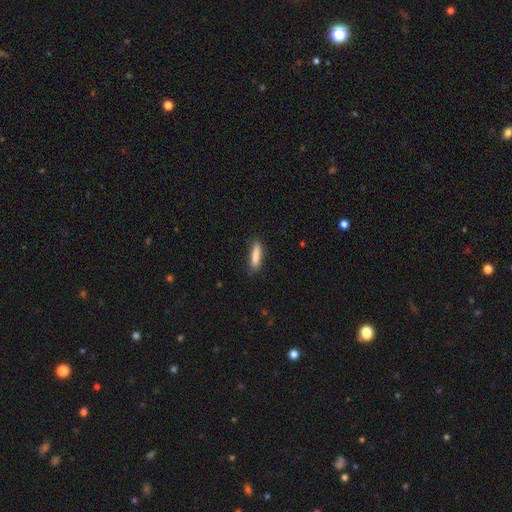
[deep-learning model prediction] A smooth galaxy with no disk features (86%) that is cigar-shaped (75%). Merging: none (82%).